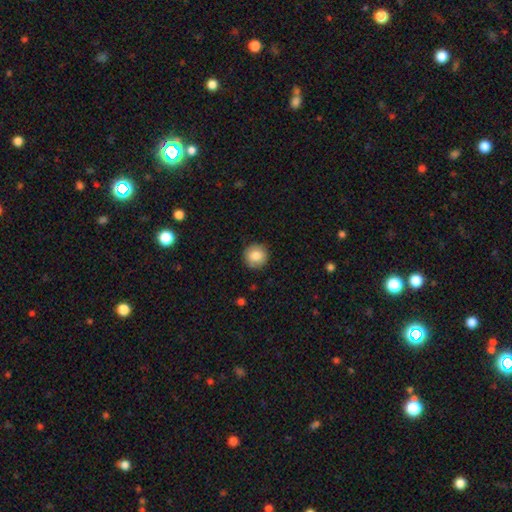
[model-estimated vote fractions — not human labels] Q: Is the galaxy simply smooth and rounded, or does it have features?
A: smooth — 85%.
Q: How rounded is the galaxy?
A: round — 94%.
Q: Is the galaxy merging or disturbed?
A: none — 90%.